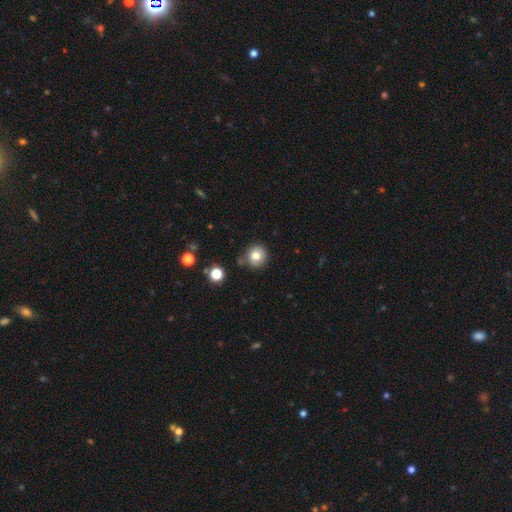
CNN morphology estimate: smooth 78%, star or artifact 12%, featured or disk 11%. Down the decision tree: how rounded — round (91%); merging — none (78%).